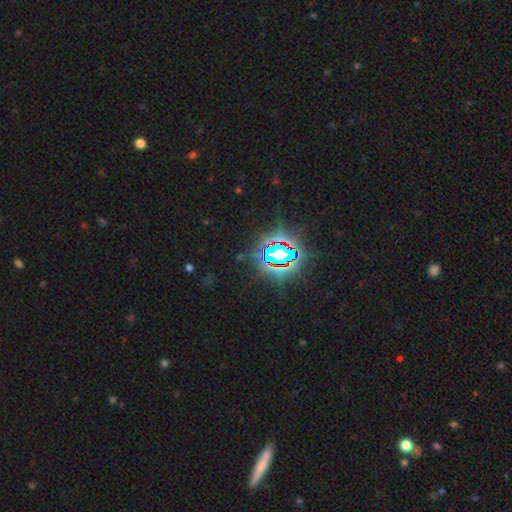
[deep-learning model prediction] This appears to be a star or artifact, not a galaxy (78%).